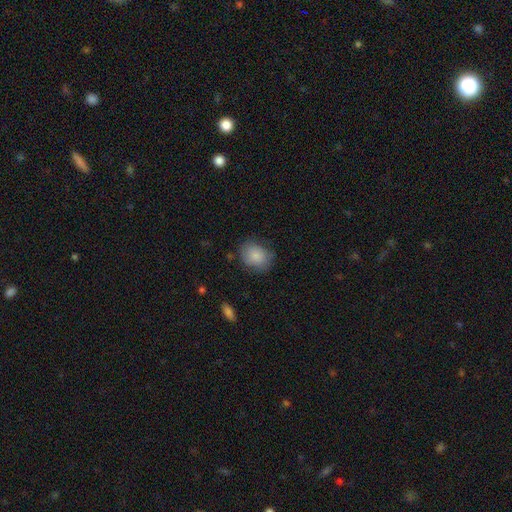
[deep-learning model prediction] A smooth galaxy with no disk features (85%) that is round (51%). Merging: none (69%).